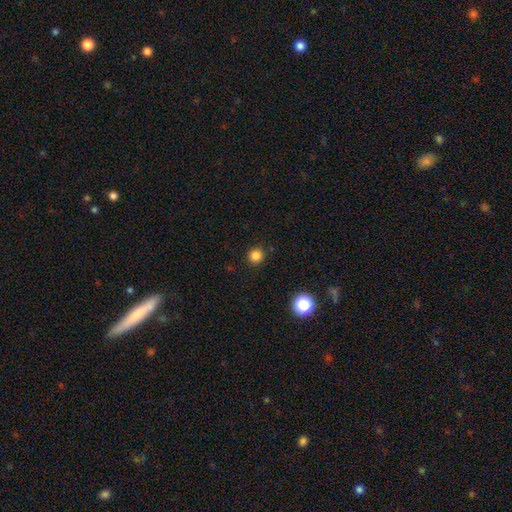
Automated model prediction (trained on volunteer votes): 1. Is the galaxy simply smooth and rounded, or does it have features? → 83% smooth, 13% star or artifact, 3% featured or disk.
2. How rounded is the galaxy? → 94% round, 5% in between, 1% cigar-shaped.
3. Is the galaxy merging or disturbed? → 91% none, 6% minor disturbance, 2% major disturbance, 2% merger.